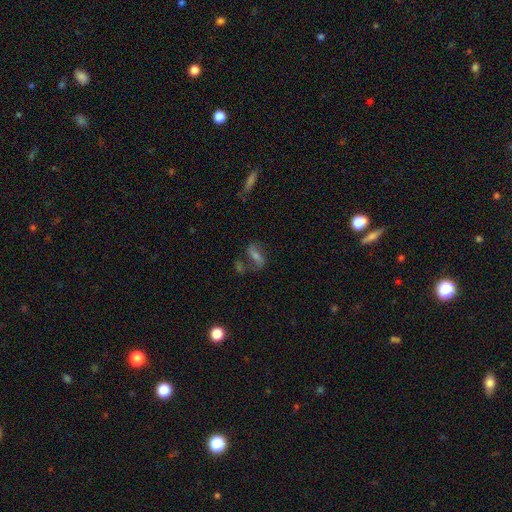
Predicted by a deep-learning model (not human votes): Smooth or featured? Predicted: featured or disk (p=0.46). Merging? Predicted: none (p=0.56).